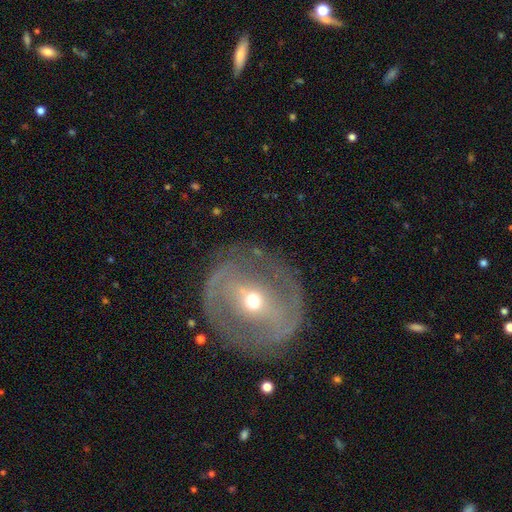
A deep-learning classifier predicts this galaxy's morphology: Q: Smooth or featured?
A: featured or disk (79%); runner-up: smooth (14%)
Q: Edge-on disk?
A: no (94%); runner-up: yes (6%)
Q: Bar?
A: strong (48%); runner-up: weak (34%)
Q: Spiral arms?
A: yes (69%); runner-up: no (31%)
Q: Spiral winding?
A: tight (49%); runner-up: medium (35%)
Q: Spiral arm count?
A: 2 (67%); runner-up: can't tell (20%)
Q: Bulge size?
A: moderate (54%); runner-up: small (42%)
Q: Merging?
A: none (78%); runner-up: minor disturbance (13%)